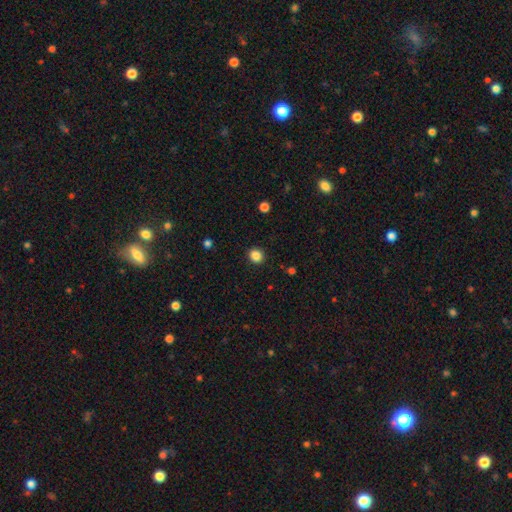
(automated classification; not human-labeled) Morphology: type=smooth (86%); roundness=round (82%); merging=none (92%).